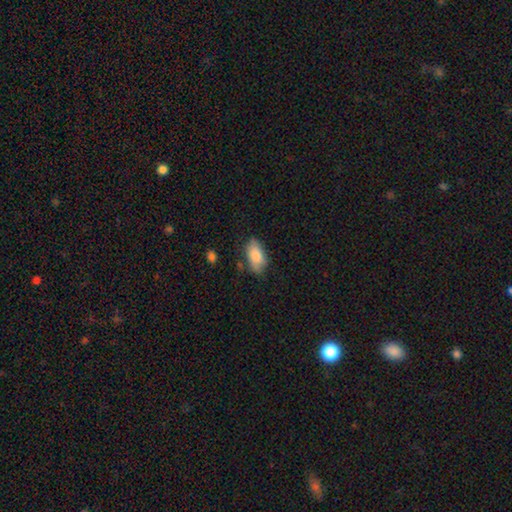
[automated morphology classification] This is clearly a smooth galaxy (84%). How rounded: clearly in between (93%). Merging: likely none (71%).